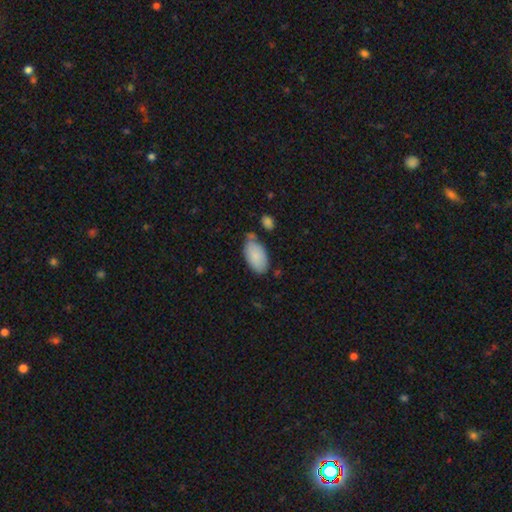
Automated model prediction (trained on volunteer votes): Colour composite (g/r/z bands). It shows a smooth galaxy with no disk features (87%) that is in between round and cigar-shaped (96%). Merging: none (63%).